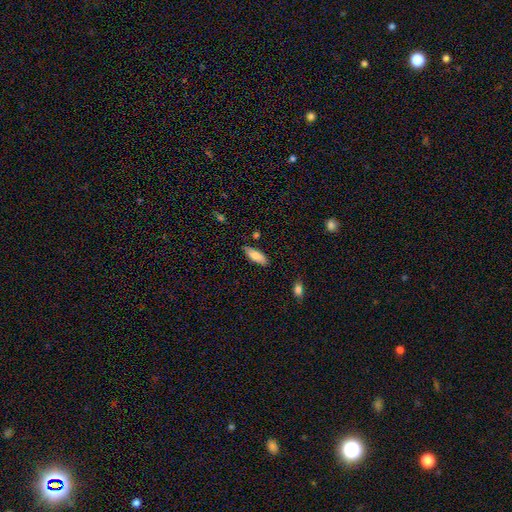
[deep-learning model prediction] Smooth or featured?
  - smooth: 83% *
  - featured or disk: 11%
  - star or artifact: 6%
How rounded?
  - in between: 68% *
  - cigar-shaped: 30%
  - round: 2%
Merging?
  - none: 81% *
  - minor disturbance: 15%
  - major disturbance: 2%
  - merger: 2%